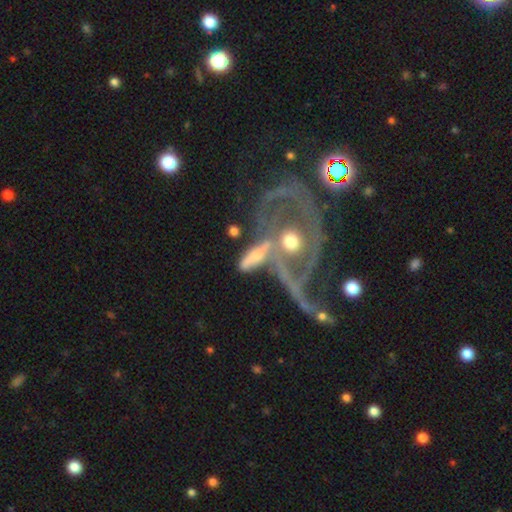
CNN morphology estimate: type=featured or disk (52%); edge-on=no (67%); merging=merger (36%).